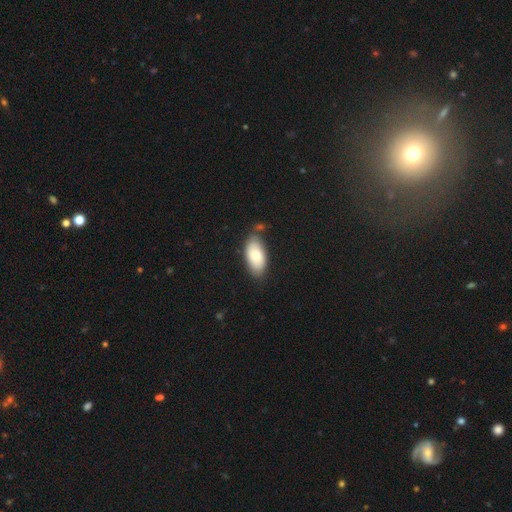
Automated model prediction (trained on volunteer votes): Q: Smooth or featured?
A: smooth (72%); runner-up: featured or disk (21%)
Q: How rounded?
A: in between (93%); runner-up: round (4%)
Q: Merging?
A: none (74%); runner-up: minor disturbance (15%)